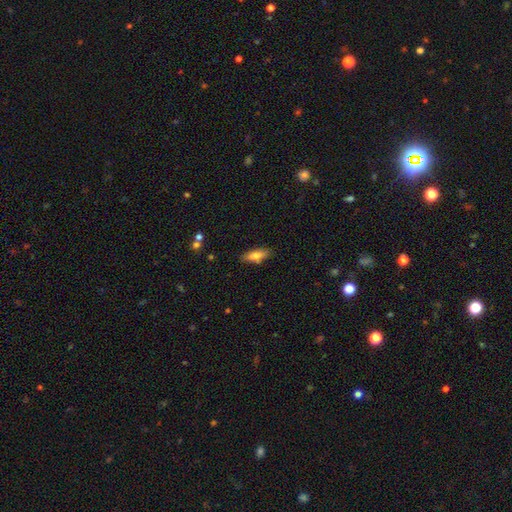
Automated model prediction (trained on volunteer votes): smooth 72%, featured or disk 21%, star or artifact 7%. Down the decision tree: how rounded — in between (60%); merging — none (82%).